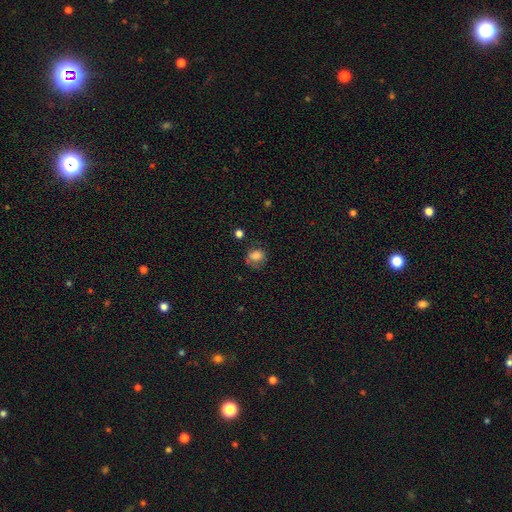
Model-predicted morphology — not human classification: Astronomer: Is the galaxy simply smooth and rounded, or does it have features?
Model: smooth — 77%.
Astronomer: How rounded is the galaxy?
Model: round — 62%.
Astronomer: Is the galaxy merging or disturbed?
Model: none — 53%.